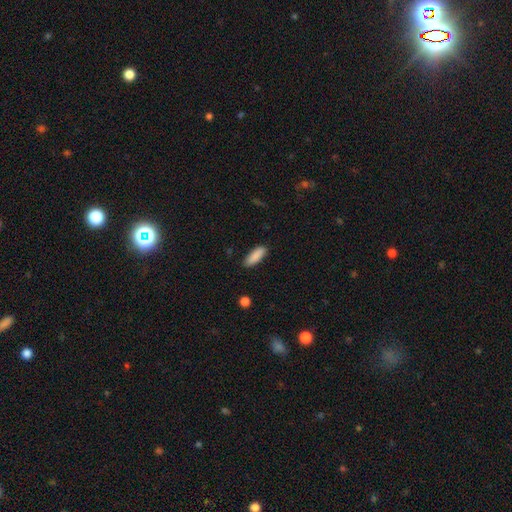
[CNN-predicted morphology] A smooth galaxy with no disk features (89%) that is in between round and cigar-shaped (59%). Merging: none (87%).